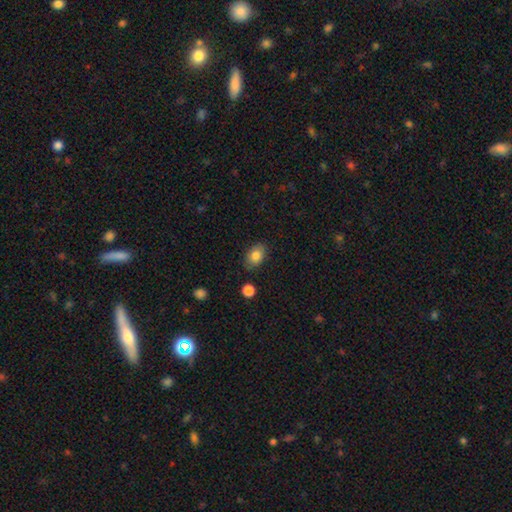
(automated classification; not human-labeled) Overall: smooth (83%). How rounded: in between (82%). Merging: none (82%).